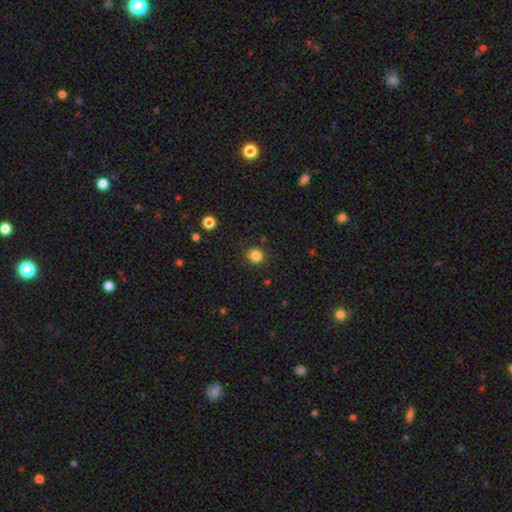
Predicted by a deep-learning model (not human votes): Smooth or featured: smooth — 84% (star or artifact — 12%)
How rounded: round — 85% (in between — 14%)
Merging: none — 89% (minor disturbance — 7%)